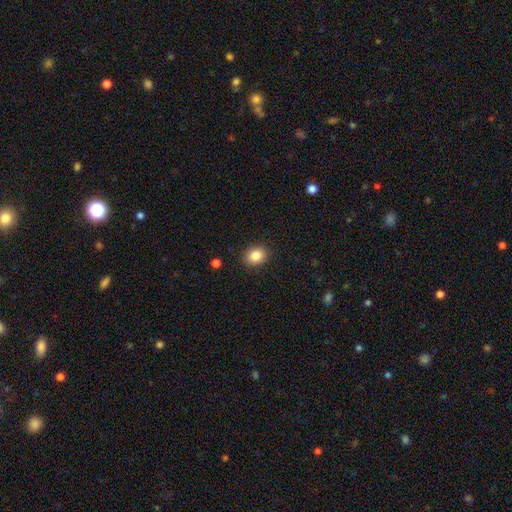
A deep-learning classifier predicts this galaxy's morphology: Smooth or featured?
  - smooth: 85% *
  - star or artifact: 9%
  - featured or disk: 6%
How rounded?
  - round: 57% *
  - in between: 42%
  - cigar-shaped: 1%
Merging?
  - none: 90% *
  - minor disturbance: 7%
  - major disturbance: 2%
  - merger: 1%